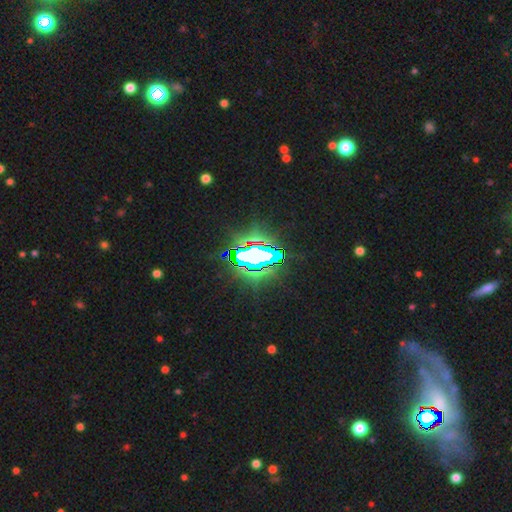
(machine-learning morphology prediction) type=star or artifact (73%).